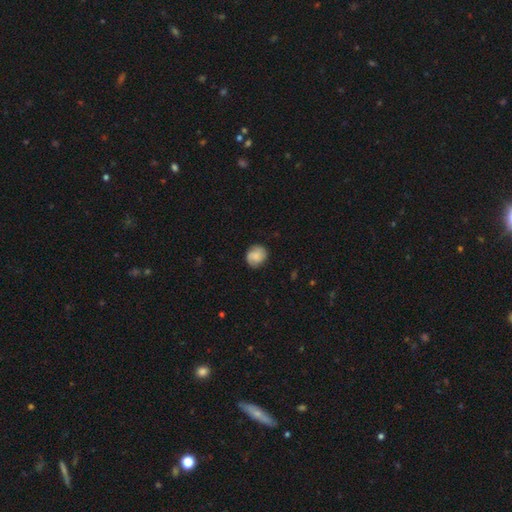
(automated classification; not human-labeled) A smooth galaxy with no disk features (64%) that is round (74%).

Vote fractions:
- Smooth or featured? smooth: 64% / featured or disk: 28% / star or artifact: 8%
- How rounded? round: 74% / in between: 25% / cigar-shaped: 1%
- Merging? none: 80% / minor disturbance: 15% / major disturbance: 4% / merger: 1%